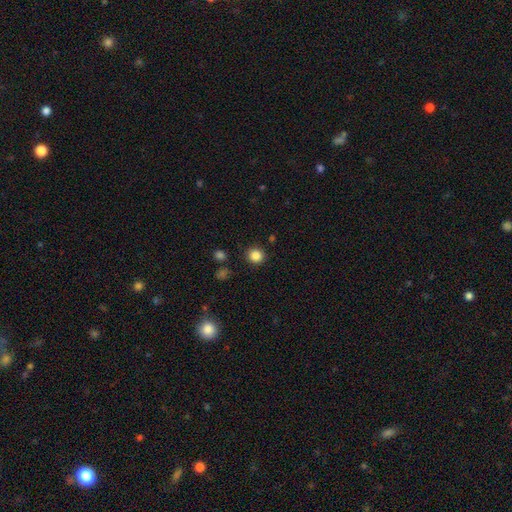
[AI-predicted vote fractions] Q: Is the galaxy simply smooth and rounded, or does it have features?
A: smooth — 85%.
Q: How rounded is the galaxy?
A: round — 89%.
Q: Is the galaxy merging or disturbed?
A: none — 90%.